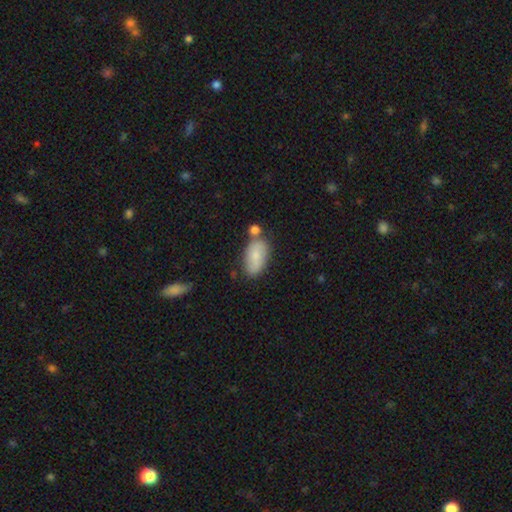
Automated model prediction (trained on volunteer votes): Q: Smooth or featured?
A: smooth (75%); runner-up: featured or disk (19%)
Q: How rounded?
A: in between (92%); runner-up: cigar-shaped (4%)
Q: Merging?
A: none (60%); runner-up: minor disturbance (20%)